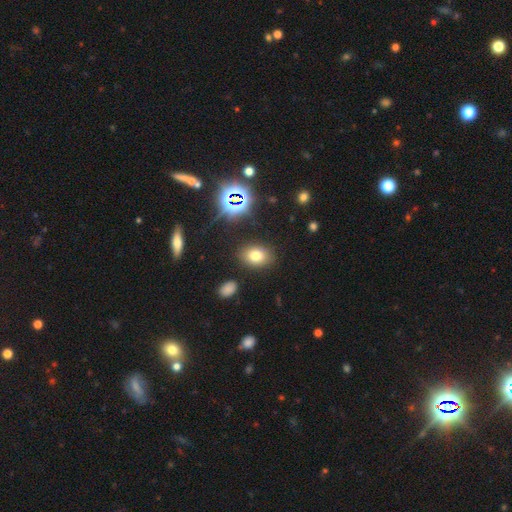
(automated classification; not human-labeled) This is likely a smooth galaxy (70%). How rounded: likely in between (72%). Merging: clearly none (85%).